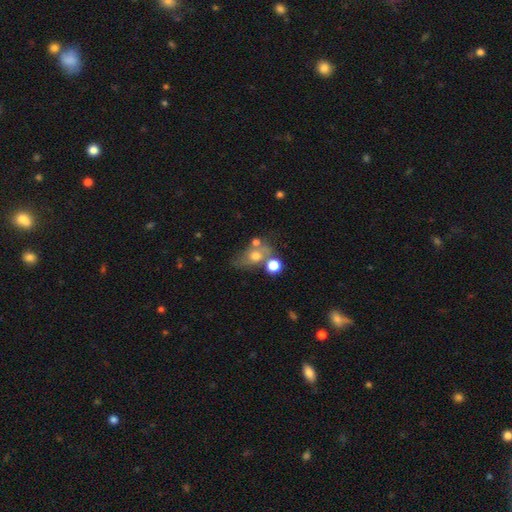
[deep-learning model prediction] Smooth or featured? smooth (54%)
How rounded? in between (53%)
Merging? none (38%)